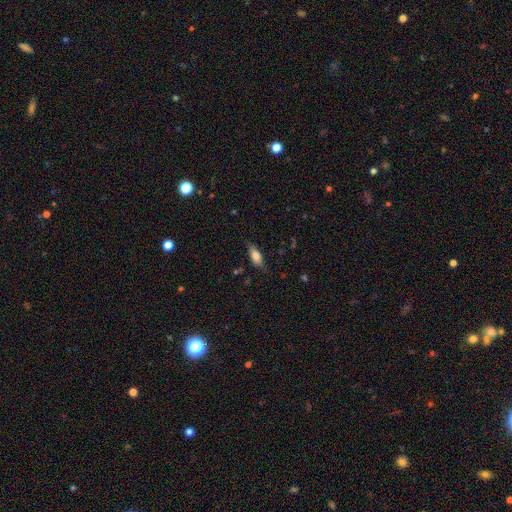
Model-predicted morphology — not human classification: smooth 72%, featured or disk 21%, star or artifact 7%. Down the decision tree: how rounded — in between (72%); merging — none (75%).